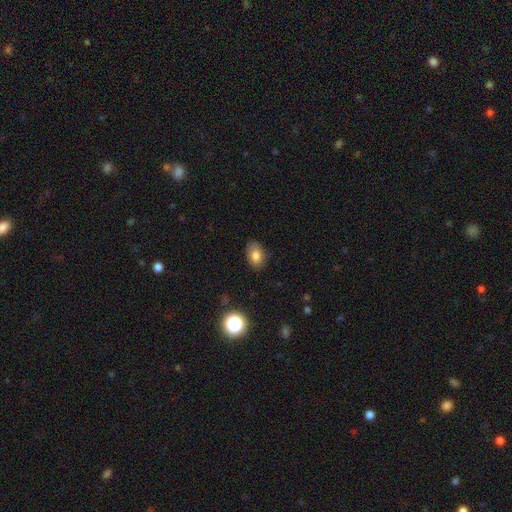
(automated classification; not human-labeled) Smooth or featured: smooth — 80% (star or artifact — 10%)
How rounded: in between — 83% (round — 16%)
Merging: none — 84% (minor disturbance — 13%)